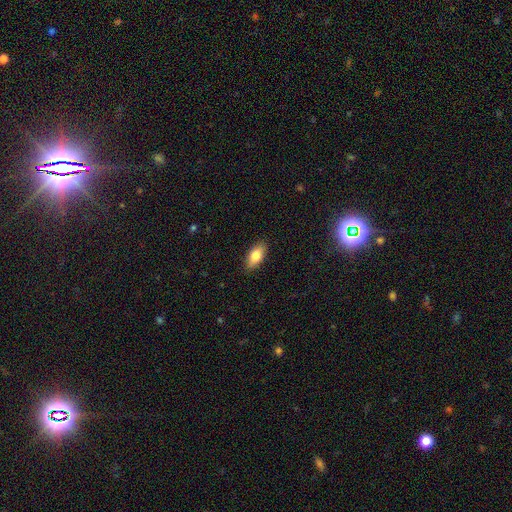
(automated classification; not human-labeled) A smooth galaxy with no disk features (82%) that is in between round and cigar-shaped (89%). Merging: none (88%).